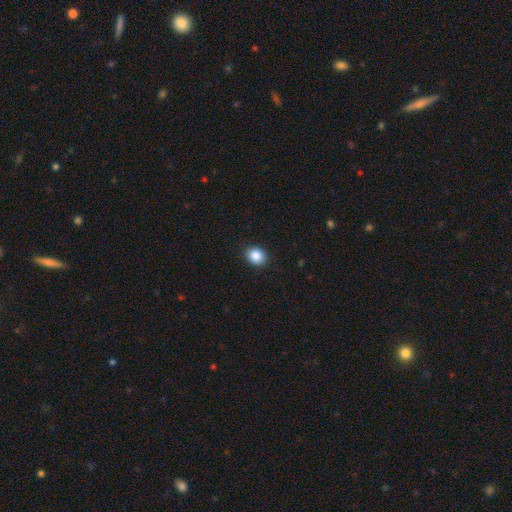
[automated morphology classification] The model was most divided on "how rounded": round: 52%, in between: 47%, cigar-shaped: 1%. More confident: merging — none (90%); smooth or featured — smooth (87%).